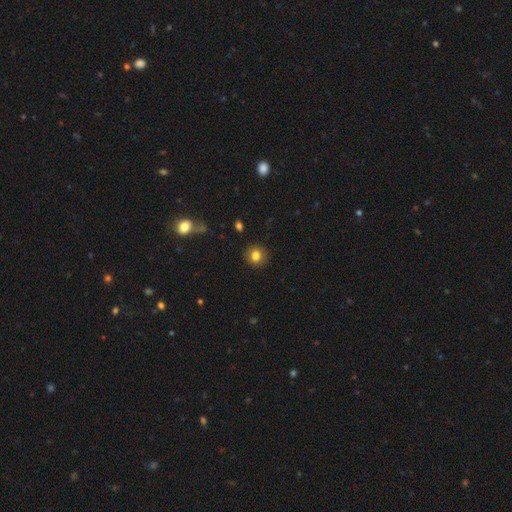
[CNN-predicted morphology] smooth_or_featured: smooth (p=0.82) [alt: star or artifact p=0.10]
how_rounded: round (p=0.88) [alt: in between p=0.11]
merging: none (p=0.90) [alt: minor disturbance p=0.07]